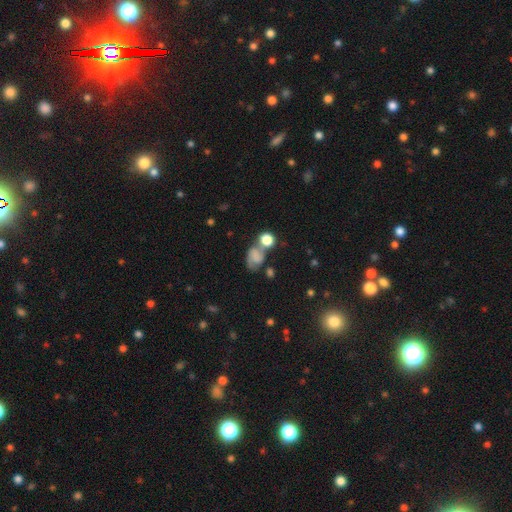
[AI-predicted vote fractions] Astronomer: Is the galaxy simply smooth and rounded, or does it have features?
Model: smooth — 43%, tied with featured or disk at 43%.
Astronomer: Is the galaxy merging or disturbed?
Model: none — 37% (runner-up: merger, 29%).